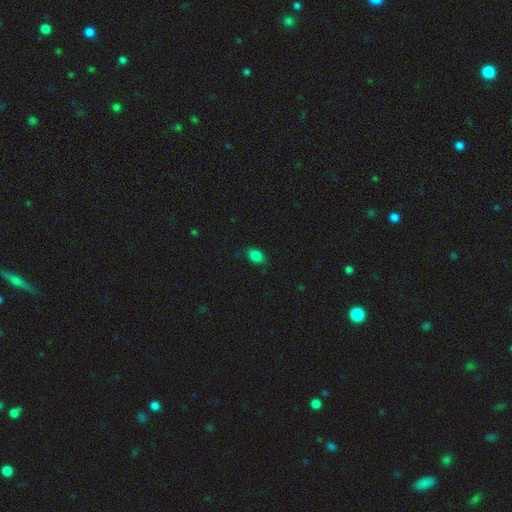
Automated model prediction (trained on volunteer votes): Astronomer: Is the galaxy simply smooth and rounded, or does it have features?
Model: smooth — 84%.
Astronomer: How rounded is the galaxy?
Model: in between — 79%.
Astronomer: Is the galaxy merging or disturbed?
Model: none — 81%.